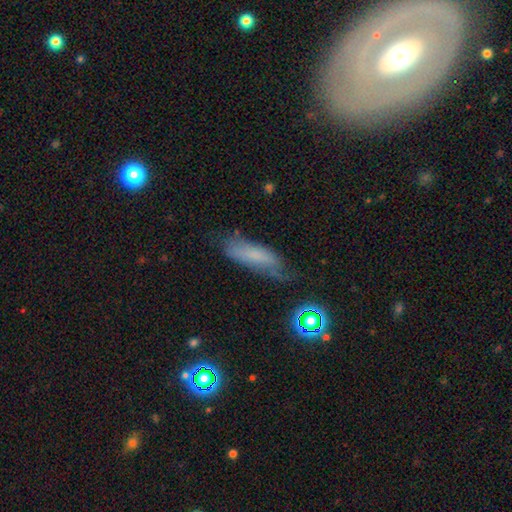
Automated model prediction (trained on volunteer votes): Smooth or featured? Predicted: smooth (p=0.67). How rounded? Predicted: cigar-shaped (p=0.49, tied with in between). Merging? Predicted: none (p=0.48).